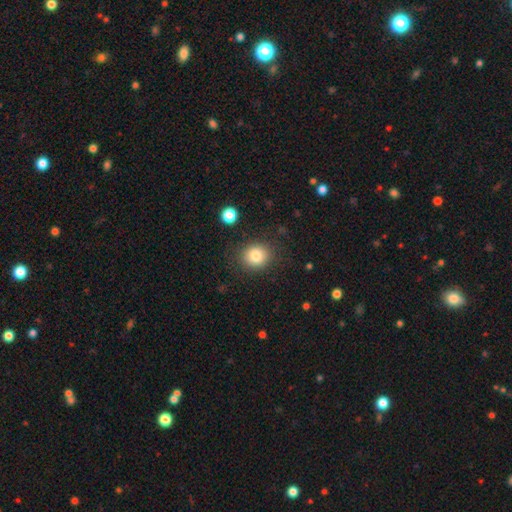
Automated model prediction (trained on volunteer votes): Smooth or featured: smooth — 83% (star or artifact — 10%)
How rounded: round — 74% (in between — 25%)
Merging: none — 84% (minor disturbance — 10%)